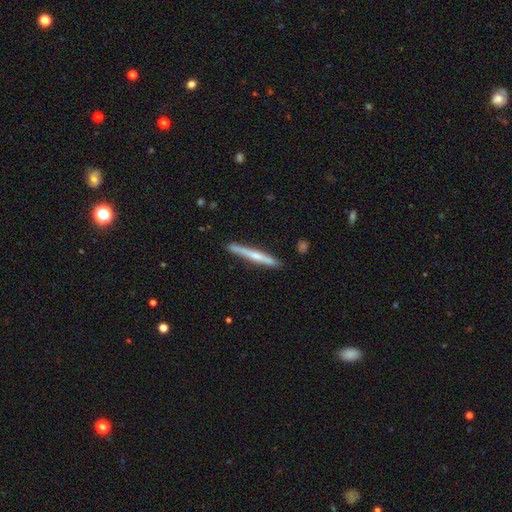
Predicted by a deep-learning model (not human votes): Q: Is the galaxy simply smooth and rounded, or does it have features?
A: featured or disk — 54%.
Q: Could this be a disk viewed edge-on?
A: yes — 97%.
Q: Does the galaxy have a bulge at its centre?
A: rounded — 60%.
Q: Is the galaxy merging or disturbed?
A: none — 88%.